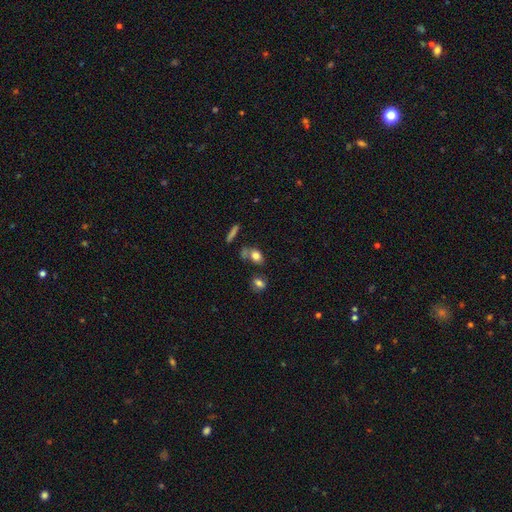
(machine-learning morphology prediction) This appears to be a smooth galaxy with no disk features (78%) that is in between round and cigar-shaped (71%). Merging: none (54%).